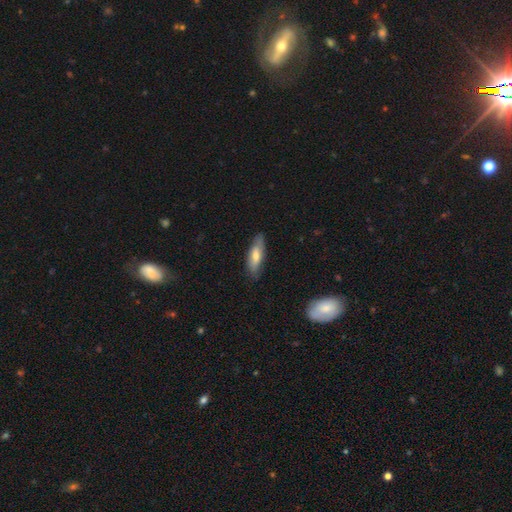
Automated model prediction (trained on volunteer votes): This appears to be a smooth galaxy with no disk features (59%) that is in between round and cigar-shaped (49%). Merging: none (80%).